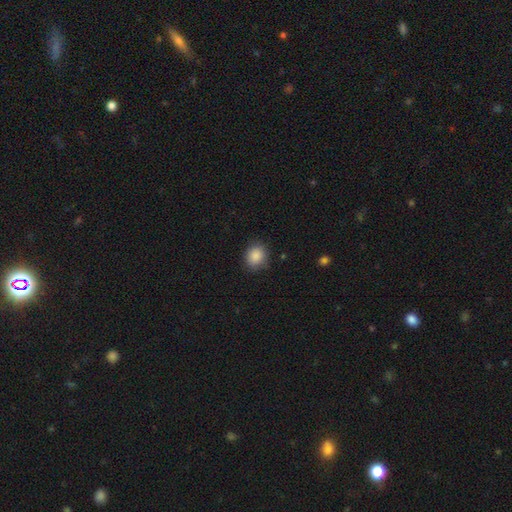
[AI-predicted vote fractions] Overall: smooth (88%). How rounded: round (70%). Merging: none (84%).